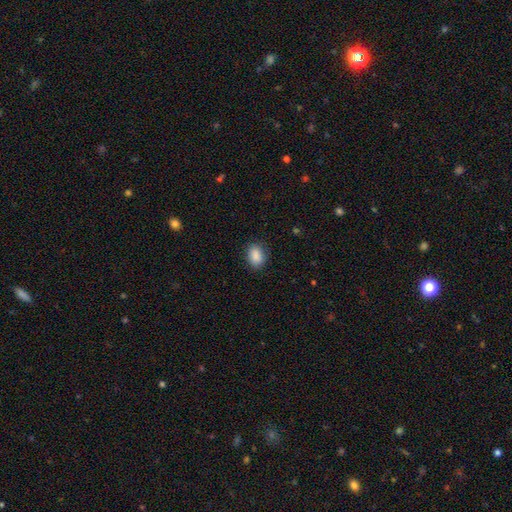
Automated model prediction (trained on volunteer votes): A smooth galaxy with no disk features (89%) that is in between round and cigar-shaped (74%). Merging: none (84%).